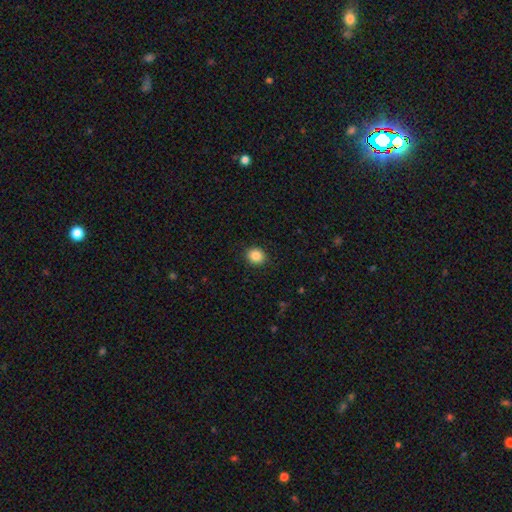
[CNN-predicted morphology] smooth 86%, star or artifact 10%, featured or disk 4%. Down the decision tree: how rounded — round (80%); merging — none (90%).